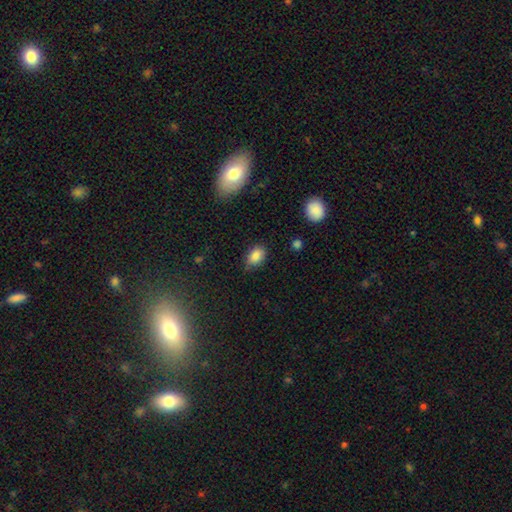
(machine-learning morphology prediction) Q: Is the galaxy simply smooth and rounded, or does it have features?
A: smooth — 84%.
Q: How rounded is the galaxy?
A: in between — 82%.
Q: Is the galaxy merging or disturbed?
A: none — 72%.